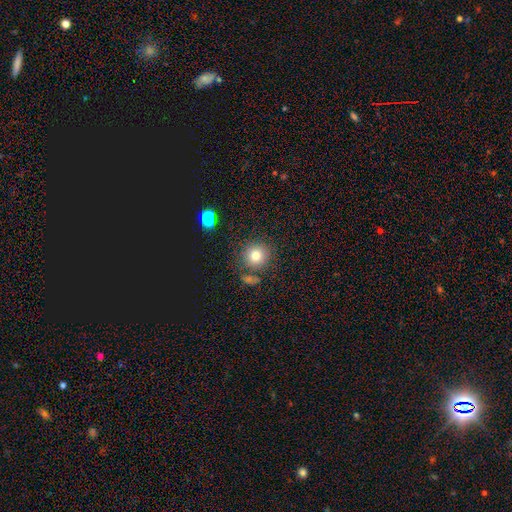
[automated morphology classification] Smooth or featured: smooth — 80% (star or artifact — 11%)
How rounded: round — 90% (in between — 9%)
Merging: none — 78% (minor disturbance — 10%)